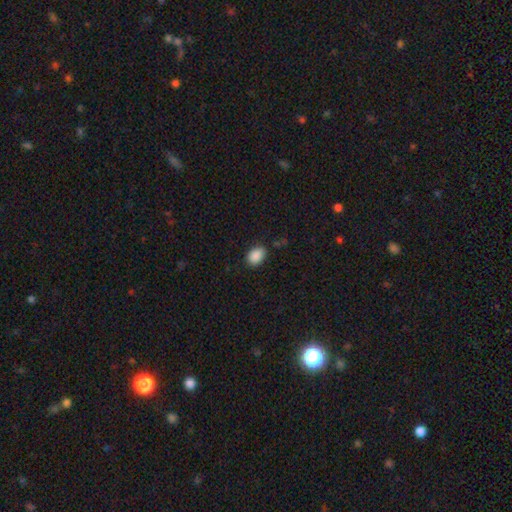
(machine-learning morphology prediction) smooth-or-featured: smooth: 89% | star or artifact: 8% | featured or disk: 3%
  how-rounded: in between: 79% | round: 20% | cigar-shaped: 1%
  merging: none: 81% | minor disturbance: 14% | major disturbance: 3% | merger: 2%